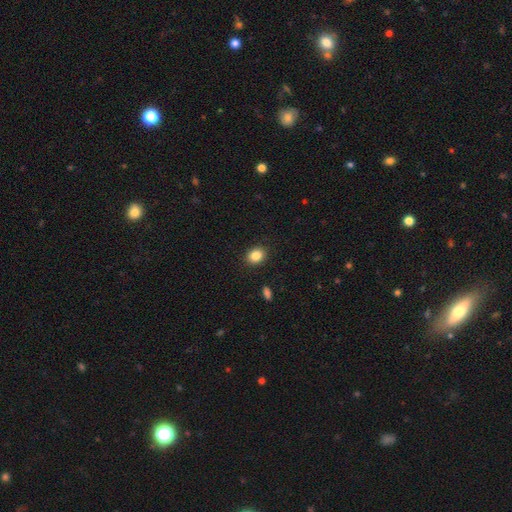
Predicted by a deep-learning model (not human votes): smooth 86%, star or artifact 9%, featured or disk 5%. Down the decision tree: how rounded — round (50%); merging — none (90%).